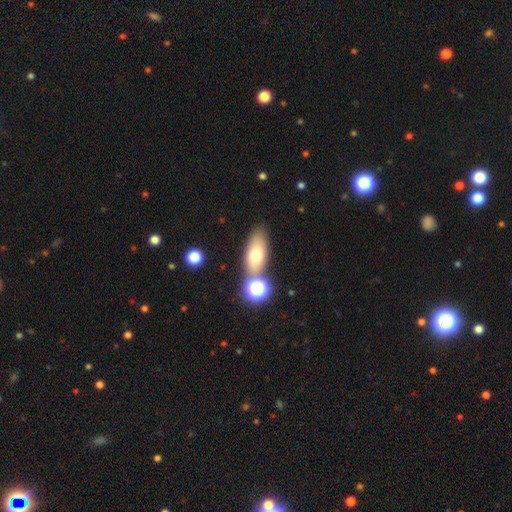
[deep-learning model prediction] smooth_or_featured: smooth (p=0.69) [alt: featured or disk p=0.20]
how_rounded: in between (p=0.78) [alt: cigar-shaped p=0.14]
merging: none (p=0.67) [alt: merger p=0.16]